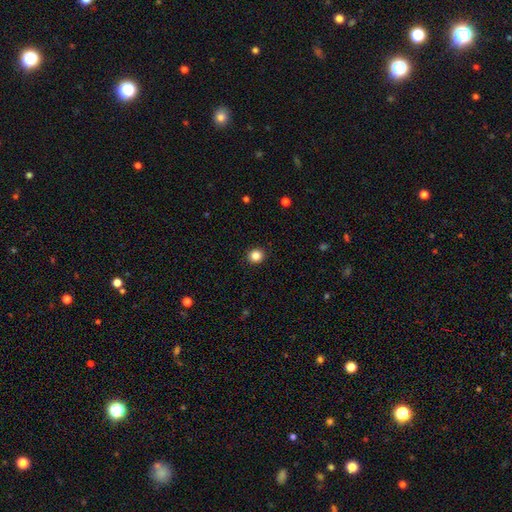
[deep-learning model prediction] This appears to be a smooth galaxy with no disk features (85%) that is round (86%). Merging: none (91%).